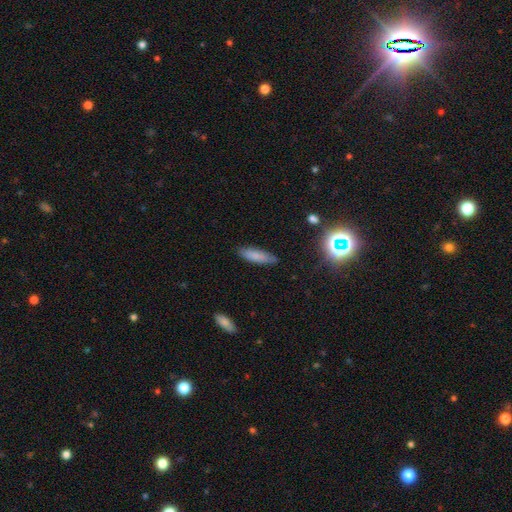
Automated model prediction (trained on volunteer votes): A smooth galaxy with no disk features (79%) that is cigar-shaped (55%).

Vote fractions:
- Smooth or featured? smooth: 79% / featured or disk: 12% / star or artifact: 8%
- How rounded? cigar-shaped: 55% / in between: 43% / round: 2%
- Merging? none: 82% / minor disturbance: 14% / major disturbance: 3% / merger: 1%